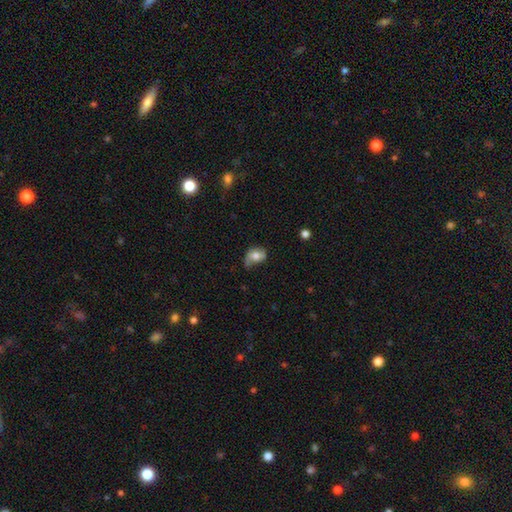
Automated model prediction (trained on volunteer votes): This is likely a smooth galaxy (63%). How rounded: likely in between (70%). Merging: marginally minor disturbance (40%).